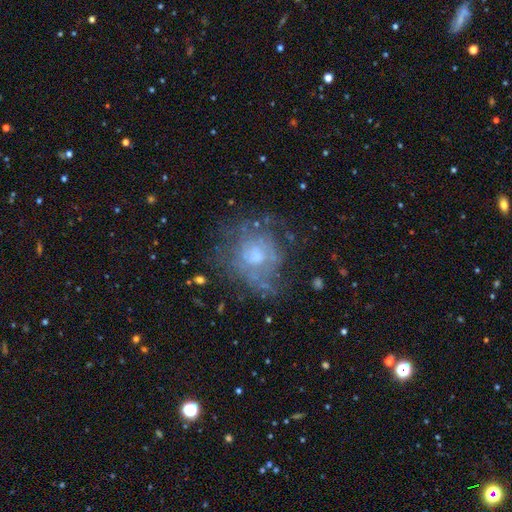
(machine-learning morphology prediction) Overall: featured or disk (58%; smooth 30%). Edge-on disk: no (97%). Bar: no (77%). Spiral arms: no (55%; yes 45%). Bulge size: moderate (44%; small 34%). Merging: none (55%; major disturbance 21%).